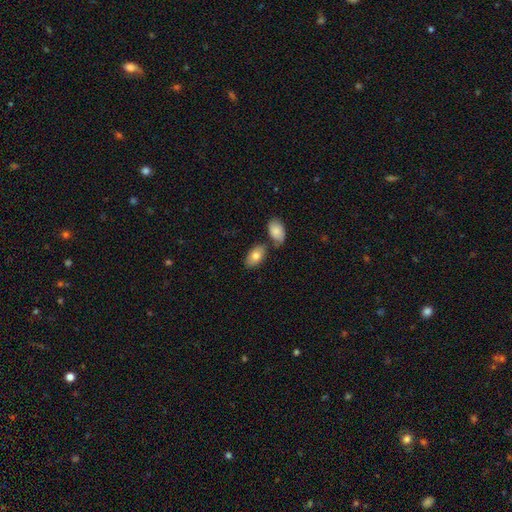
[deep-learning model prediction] smooth-or-featured: smooth: 80% | featured or disk: 14% | star or artifact: 6%
  how-rounded: in between: 94% | round: 5% | cigar-shaped: 2%
  merging: none: 63% | merger: 19% | minor disturbance: 14% | major disturbance: 3%